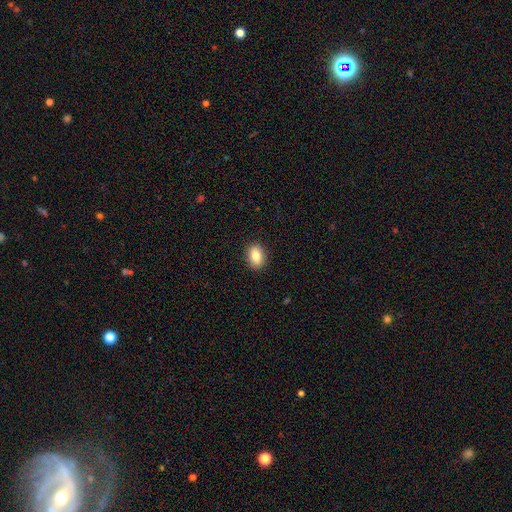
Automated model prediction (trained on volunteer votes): The model was most divided on "how rounded": in between: 79%, round: 20%, cigar-shaped: 2%. More confident: merging — none (90%); smooth or featured — smooth (83%).